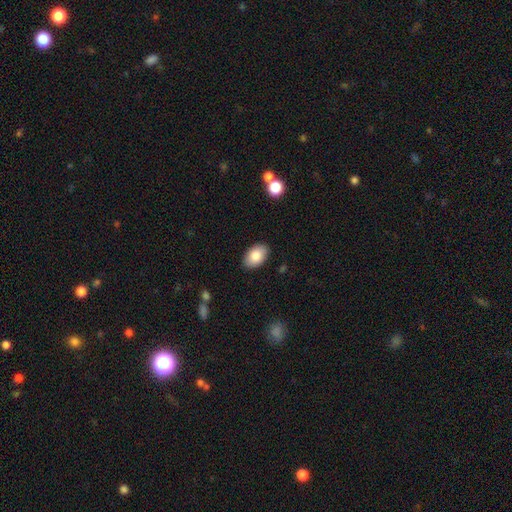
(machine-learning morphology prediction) A smooth galaxy with no disk features (84%) that is in between round and cigar-shaped (91%).

Vote fractions:
- Smooth or featured? smooth: 84% / featured or disk: 9% / star or artifact: 7%
- How rounded? in between: 91% / round: 8% / cigar-shaped: 1%
- Merging? none: 88% / minor disturbance: 9% / major disturbance: 2% / merger: 1%